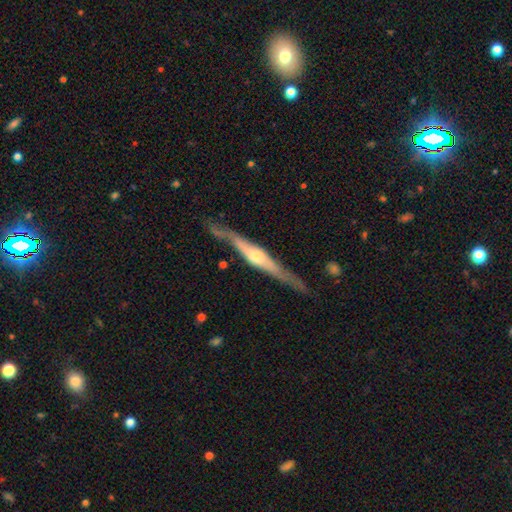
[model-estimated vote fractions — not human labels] smooth-or-featured: featured or disk: 79% | smooth: 16% | star or artifact: 5%
  disk-edge-on: yes: 95% | no: 5%
    edge-on-bulge: rounded: 79% | boxy: 14% | none: 7%
  merging: none: 76% | minor disturbance: 17% | major disturbance: 5% | merger: 2%